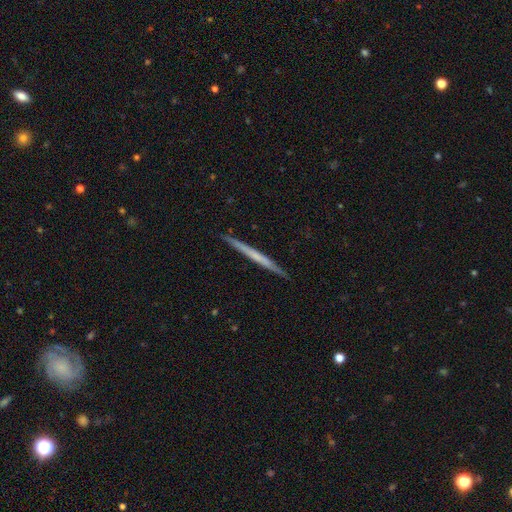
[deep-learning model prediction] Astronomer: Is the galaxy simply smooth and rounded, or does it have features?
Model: featured or disk — 54% (runner-up: smooth, 41%).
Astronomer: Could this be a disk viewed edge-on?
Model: yes — 97%.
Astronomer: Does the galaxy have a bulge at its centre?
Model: none — 86%.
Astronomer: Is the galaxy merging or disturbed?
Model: none — 92%.